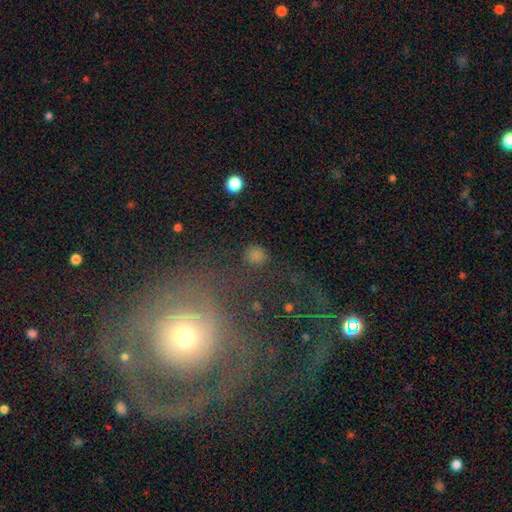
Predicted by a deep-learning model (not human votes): Smooth or featured? Predicted: smooth (p=0.75). How rounded? Predicted: round (p=0.87). Merging? Predicted: none (p=0.79).